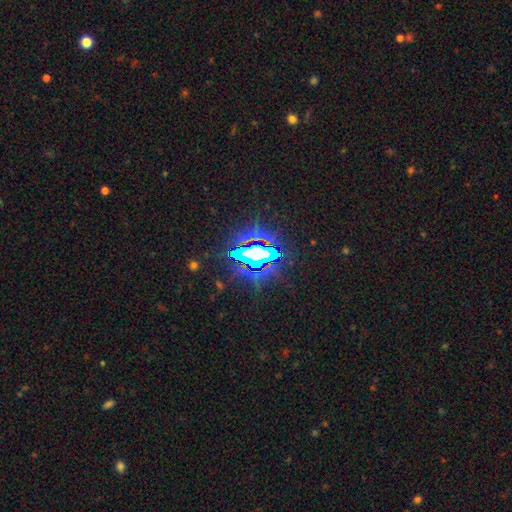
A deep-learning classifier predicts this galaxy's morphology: The model was most divided on "smooth or featured": star or artifact: 74%, smooth: 13%, featured or disk: 13%.